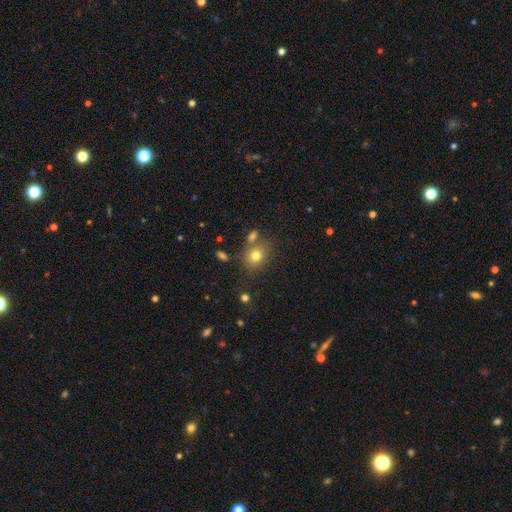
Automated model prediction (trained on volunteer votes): A smooth galaxy with no disk features (76%) that is round (62%). Merging: none (69%).